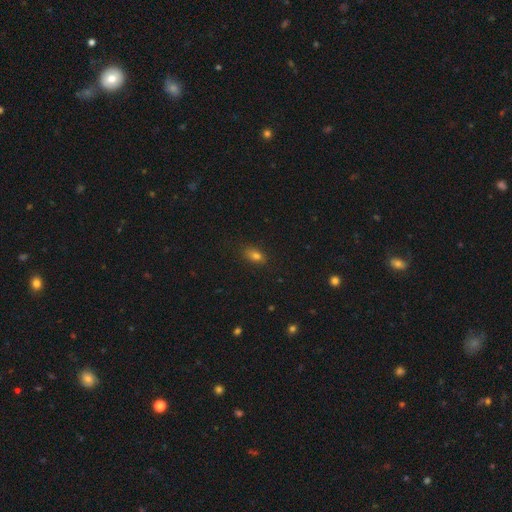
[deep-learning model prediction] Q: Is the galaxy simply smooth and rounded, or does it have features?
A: smooth — 79%.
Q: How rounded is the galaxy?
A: in between — 83%.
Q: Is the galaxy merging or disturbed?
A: none — 82%.